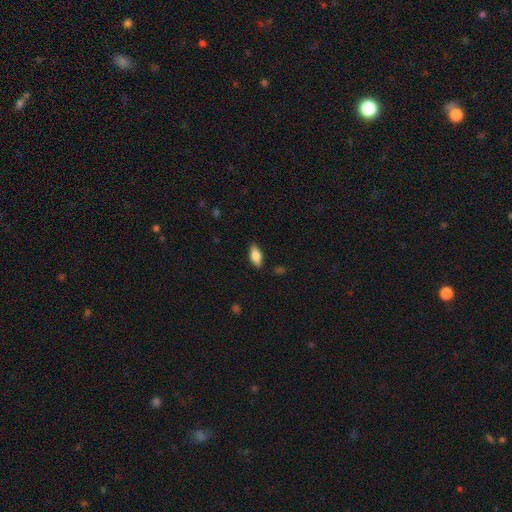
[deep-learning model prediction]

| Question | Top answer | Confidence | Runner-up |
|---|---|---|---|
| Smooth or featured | smooth | 79% | featured or disk (15%) |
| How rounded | in between | 85% | cigar-shaped (13%) |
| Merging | none | 87% | minor disturbance (10%) |